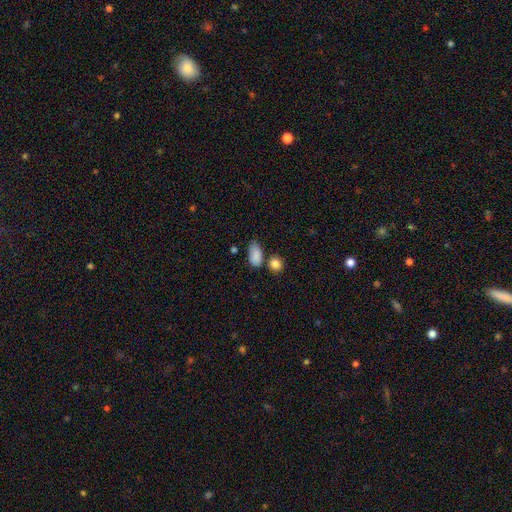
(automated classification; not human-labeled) Smooth or featured: smooth — 86% (star or artifact — 9%)
How rounded: in between — 90% (round — 7%)
Merging: none — 56% (minor disturbance — 23%)